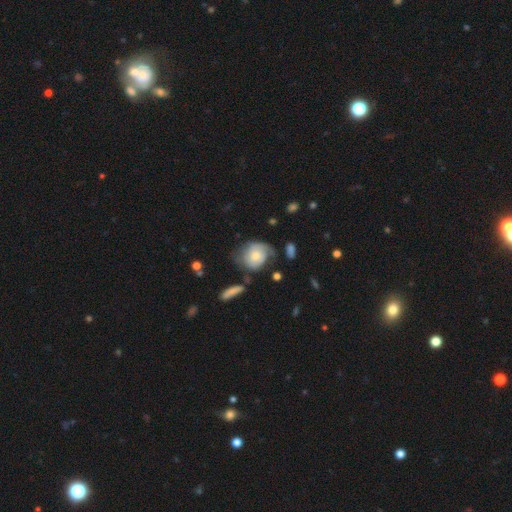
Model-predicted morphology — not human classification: This is possibly a smooth galaxy (48%). Merging: marginally none (41%).